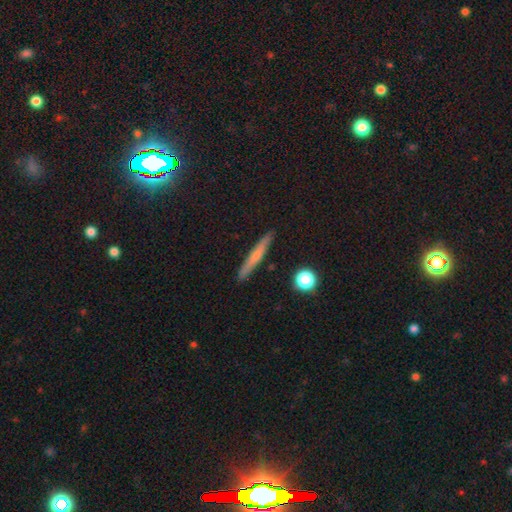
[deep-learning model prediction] smooth 54%, featured or disk 38%, star or artifact 8%. Down the decision tree: how rounded — cigar-shaped (93%); merging — none (90%).